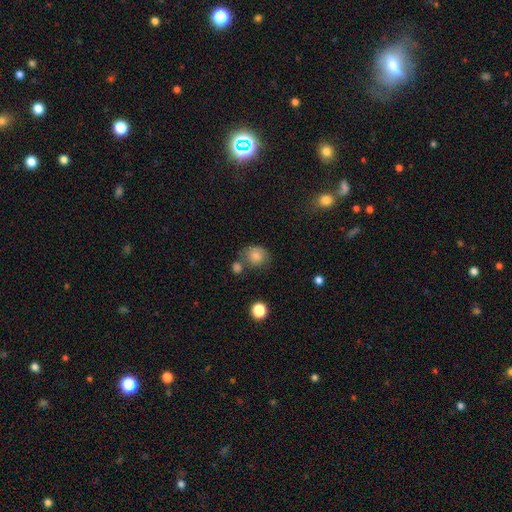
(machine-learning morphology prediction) smooth 79%, featured or disk 10%, star or artifact 10%. Down the decision tree: how rounded — round (75%); merging — none (57%).